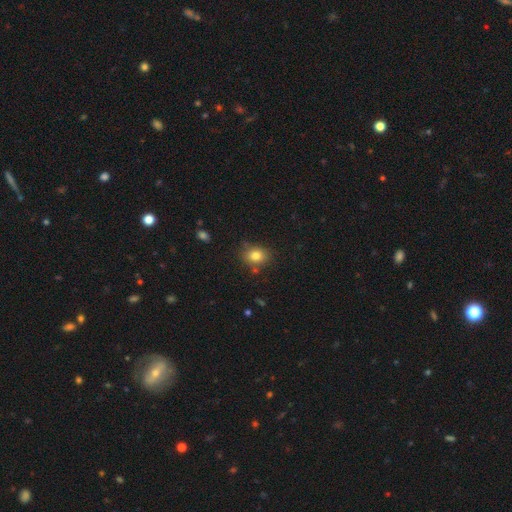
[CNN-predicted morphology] Smooth or featured: smooth — 82% (star or artifact — 11%)
How rounded: round — 52% (in between — 47%)
Merging: none — 77% (minor disturbance — 15%)